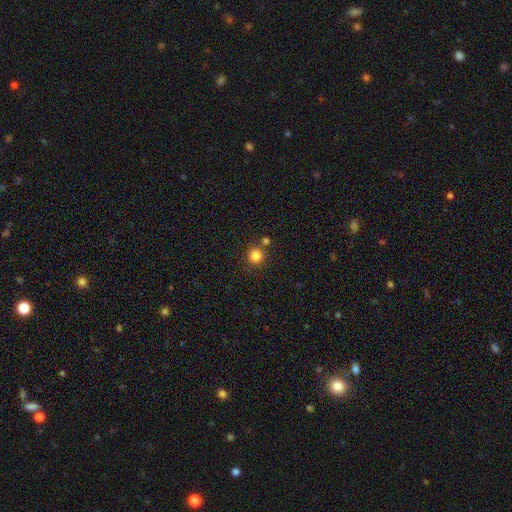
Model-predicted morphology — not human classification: A smooth galaxy with no disk features (84%) that is round (93%). Merging: none (77%).